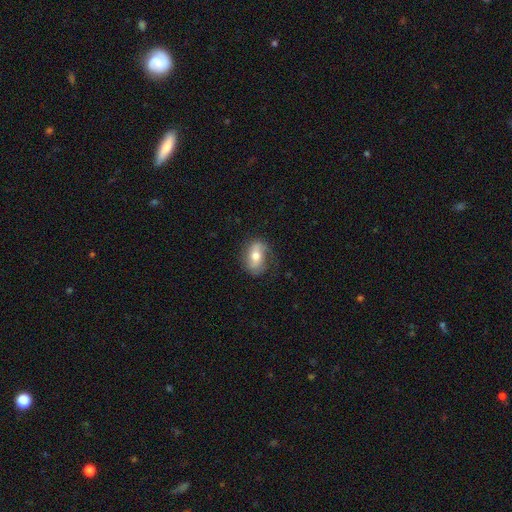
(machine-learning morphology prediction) A smooth galaxy with no disk features (49%). Merging: none (67%).